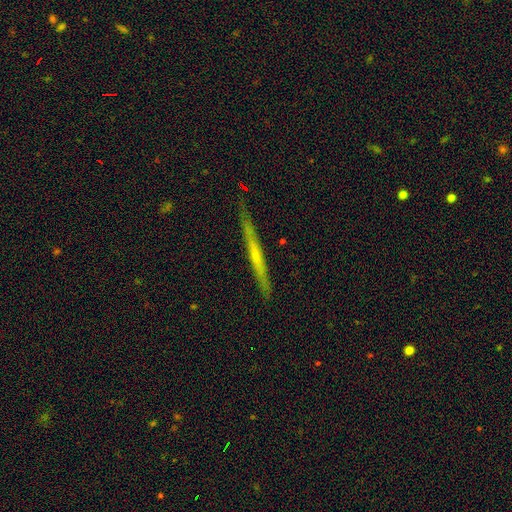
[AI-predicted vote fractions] featured or disk 54%, smooth 39%, star or artifact 6%. Down the decision tree: edge-on disk — yes (97%); edge-on bulge — none (77%); merging — none (88%).